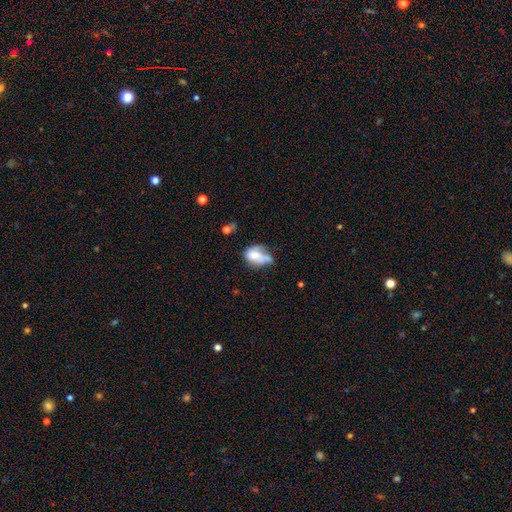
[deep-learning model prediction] Morphology: type=smooth (53%); roundness=in between (79%); merging=minor disturbance (27%).